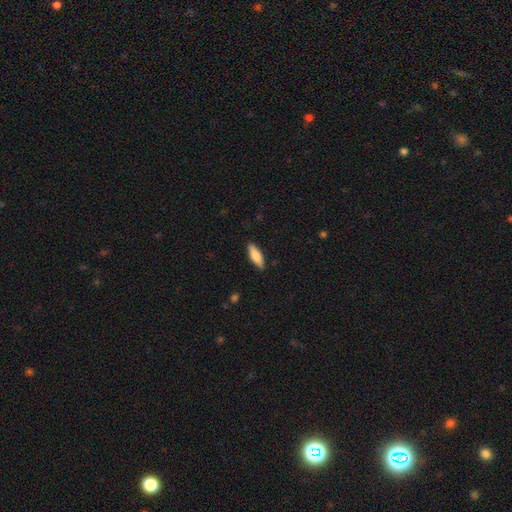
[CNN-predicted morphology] type=smooth (82%); roundness=in between (60%); merging=none (87%).